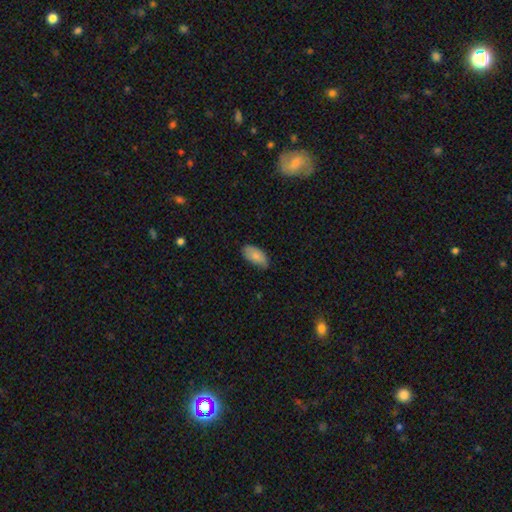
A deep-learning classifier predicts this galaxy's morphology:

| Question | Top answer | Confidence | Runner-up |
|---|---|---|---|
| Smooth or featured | smooth | 82% | featured or disk (12%) |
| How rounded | in between | 94% | cigar-shaped (4%) |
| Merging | none | 68% | minor disturbance (27%) |